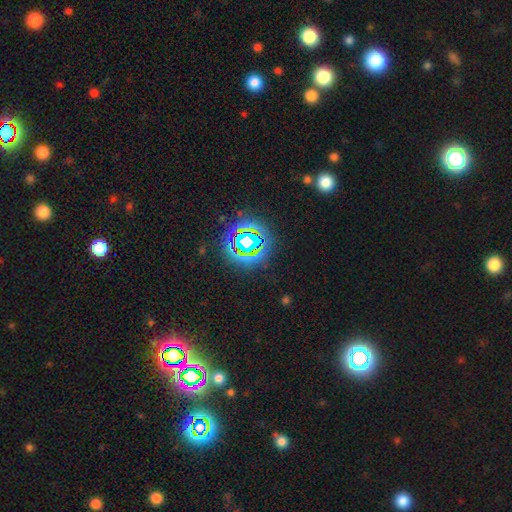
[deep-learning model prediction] star or artifact 78%, smooth 14%, featured or disk 8%.